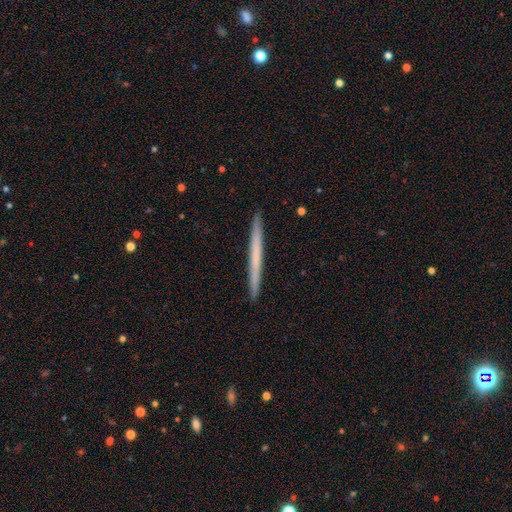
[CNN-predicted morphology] Overall: smooth (51%; featured or disk 43%). How rounded: cigar-shaped (98%). Merging: none (93%).